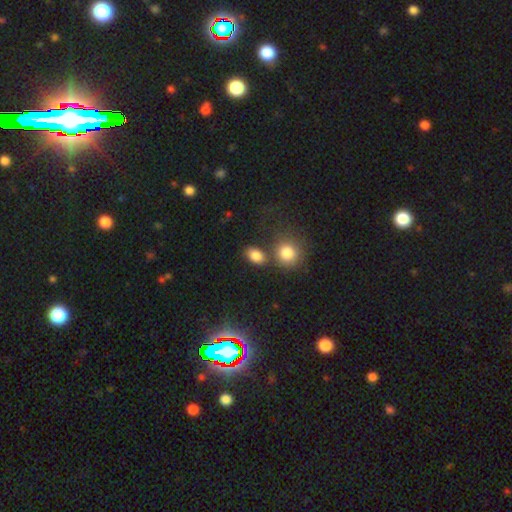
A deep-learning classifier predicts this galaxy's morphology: type=smooth (83%); roundness=in between (74%); merging=none (64%).